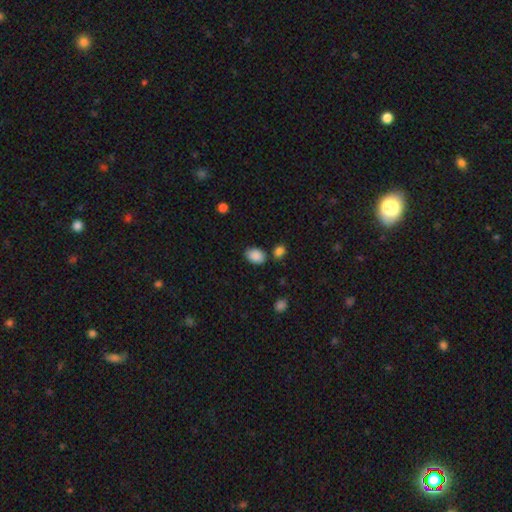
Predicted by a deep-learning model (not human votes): smooth_or_featured: smooth (p=0.88) [alt: star or artifact p=0.08]
how_rounded: in between (p=0.80) [alt: round p=0.19]
merging: none (p=0.75) [alt: minor disturbance p=0.15]